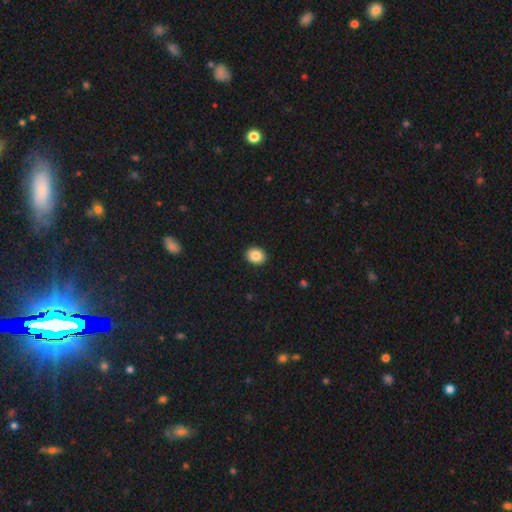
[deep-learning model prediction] smooth-or-featured: smooth: 86% | star or artifact: 8% | featured or disk: 6%
  how-rounded: round: 55% | in between: 44% | cigar-shaped: 1%
  merging: none: 92% | minor disturbance: 6% | major disturbance: 2% | merger: 1%